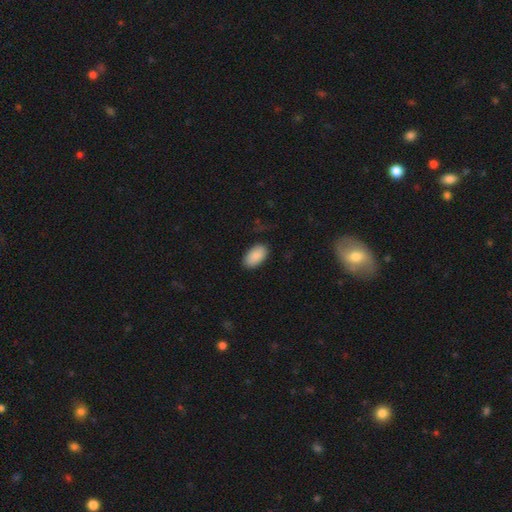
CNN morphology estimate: A smooth galaxy with no disk features (89%) that is in between round and cigar-shaped (95%).

Vote fractions:
- Smooth or featured? smooth: 89% / star or artifact: 6% / featured or disk: 5%
- How rounded? in between: 95% / round: 3% / cigar-shaped: 1%
- Merging? none: 84% / minor disturbance: 12% / major disturbance: 3% / merger: 1%